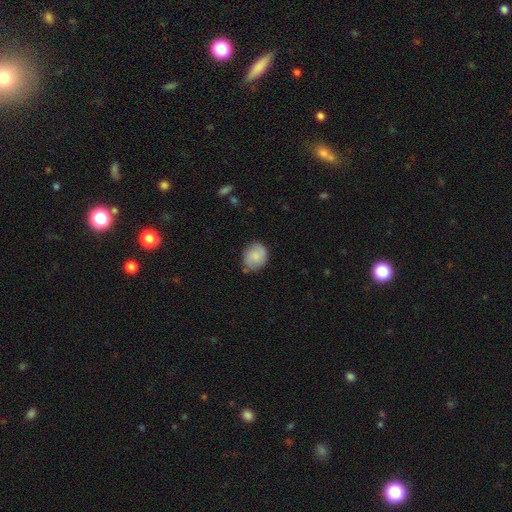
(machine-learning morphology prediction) This appears to be a smooth galaxy with no disk features (76%) that is round (56%). Merging: none (71%).